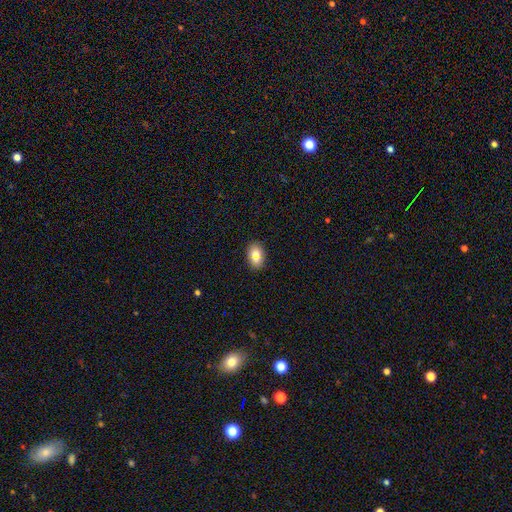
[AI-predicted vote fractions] The model was most divided on "how rounded": in between: 80%, round: 19%, cigar-shaped: 2%. More confident: merging — none (81%); smooth or featured — smooth (78%).